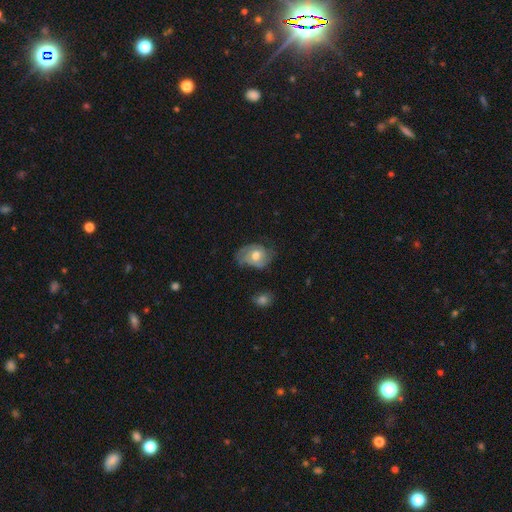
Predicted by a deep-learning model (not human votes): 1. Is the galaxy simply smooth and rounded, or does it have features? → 67% featured or disk, 26% smooth, 6% star or artifact.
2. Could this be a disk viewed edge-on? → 96% no, 4% yes.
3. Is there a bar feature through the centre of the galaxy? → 71% no, 25% weak, 4% strong.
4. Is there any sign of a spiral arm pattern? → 85% yes, 15% no.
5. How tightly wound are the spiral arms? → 51% tight, 37% medium, 13% loose.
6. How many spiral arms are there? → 51% 2, 26% can't tell, 12% 3, 5% 1, 3% 4, 3% more than 4.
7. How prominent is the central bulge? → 69% moderate, 20% large, 8% small, 2% none, 1% dominant.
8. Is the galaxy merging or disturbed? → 59% none, 27% minor disturbance, 12% major disturbance, 2% merger.